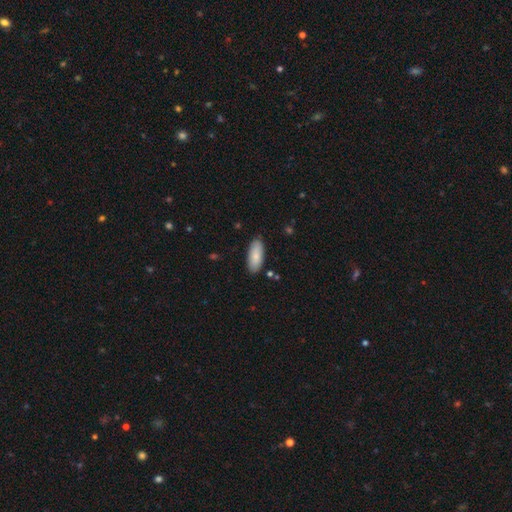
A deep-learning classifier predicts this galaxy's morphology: The model was most divided on "how rounded": in between: 84%, cigar-shaped: 14%, round: 2%. More confident: merging — none (85%); smooth or featured — smooth (84%).